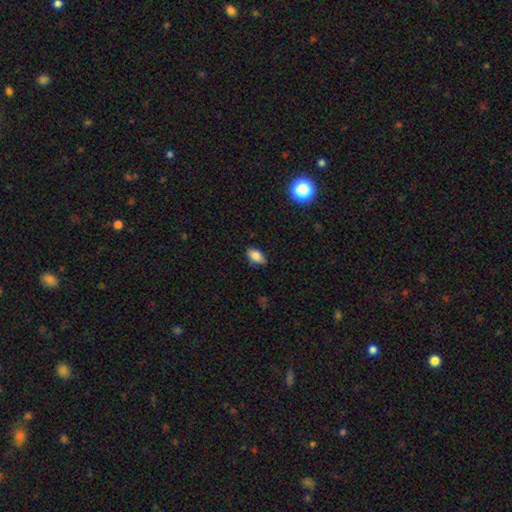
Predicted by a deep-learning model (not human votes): Q: Smooth or featured?
A: smooth (85%); runner-up: star or artifact (9%)
Q: How rounded?
A: in between (91%); runner-up: round (6%)
Q: Merging?
A: none (78%); runner-up: minor disturbance (18%)